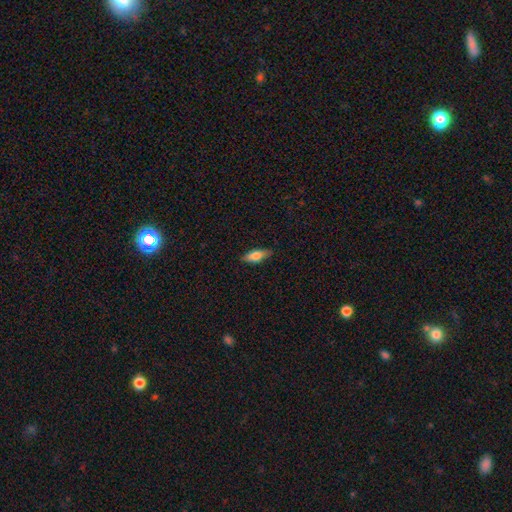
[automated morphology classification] This appears to be a smooth galaxy with no disk features (69%) that is in between round and cigar-shaped (66%). Merging: none (85%).